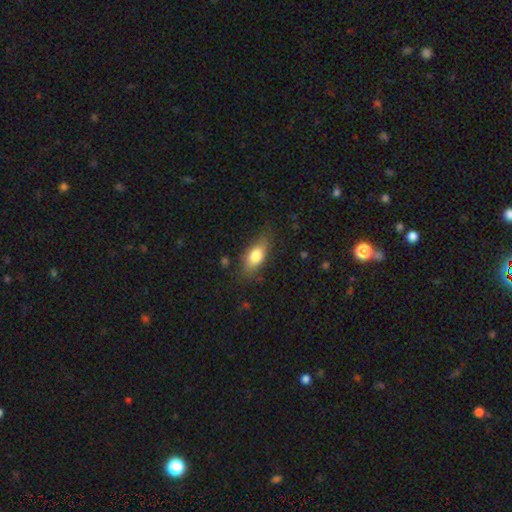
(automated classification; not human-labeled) Smooth or featured?
  - smooth: 76% *
  - featured or disk: 17%
  - star or artifact: 7%
How rounded?
  - in between: 81% *
  - cigar-shaped: 14%
  - round: 5%
Merging?
  - none: 76% *
  - minor disturbance: 18%
  - major disturbance: 5%
  - merger: 1%